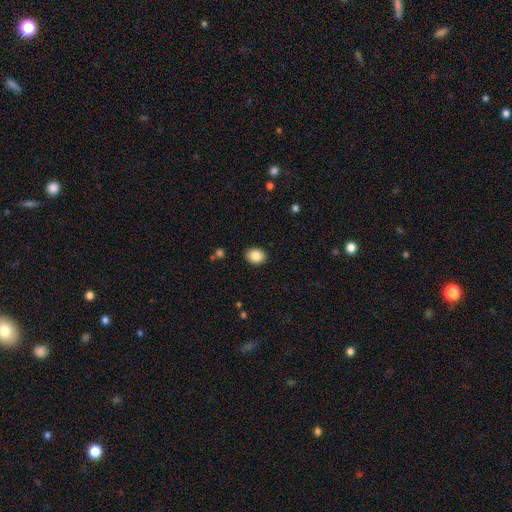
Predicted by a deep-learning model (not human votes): The model was most divided on "how rounded": in between: 54%, round: 45%, cigar-shaped: 1%. More confident: merging — none (89%); smooth or featured — smooth (87%).